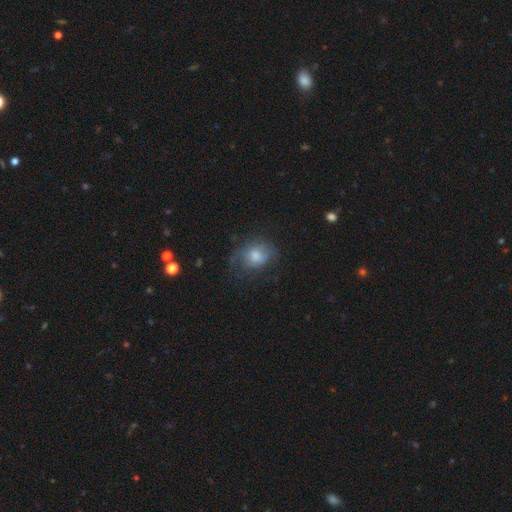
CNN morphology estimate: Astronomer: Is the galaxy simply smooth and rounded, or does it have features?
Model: smooth — 68%.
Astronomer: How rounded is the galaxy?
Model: in between — 53% (runner-up: round, 46%).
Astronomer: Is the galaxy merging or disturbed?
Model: none — 50% (runner-up: minor disturbance, 27%).